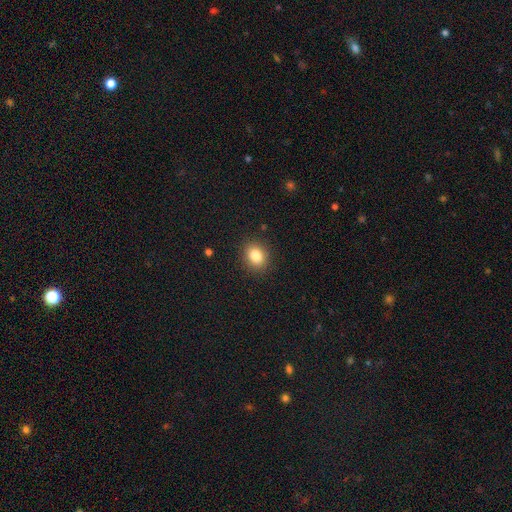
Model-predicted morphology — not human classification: Smooth or featured?
  - smooth: 84% *
  - star or artifact: 10%
  - featured or disk: 6%
How rounded?
  - in between: 51% *
  - round: 48%
  - cigar-shaped: 1%
Merging?
  - none: 88% *
  - minor disturbance: 8%
  - major disturbance: 2%
  - merger: 1%